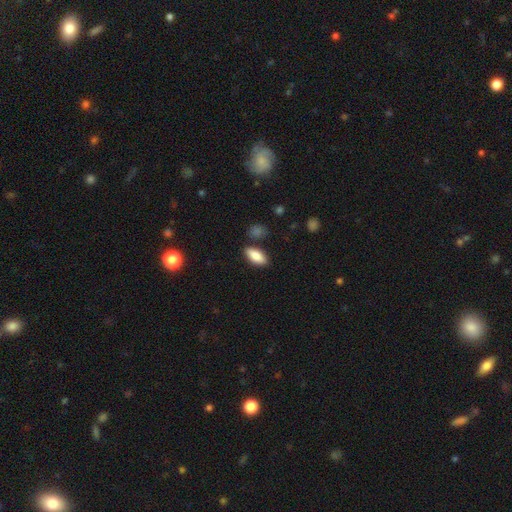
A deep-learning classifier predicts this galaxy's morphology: This is clearly a smooth galaxy (85%). How rounded: clearly in between (83%). Merging: clearly none (82%).